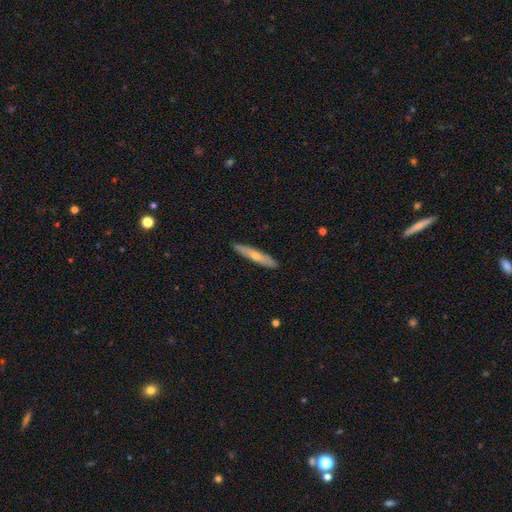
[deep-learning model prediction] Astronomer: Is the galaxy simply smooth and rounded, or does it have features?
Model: smooth — 56% (runner-up: featured or disk, 39%).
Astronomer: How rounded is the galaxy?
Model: cigar-shaped — 92%.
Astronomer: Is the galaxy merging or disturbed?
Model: none — 90%.